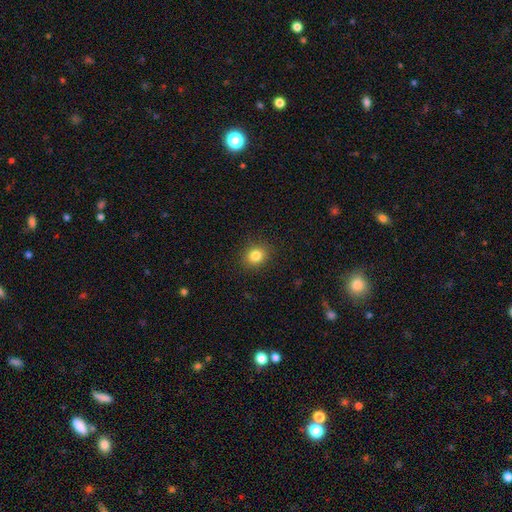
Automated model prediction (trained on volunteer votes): smooth_or_featured: smooth (p=0.83) [alt: star or artifact p=0.11]
how_rounded: round (p=0.70) [alt: in between p=0.29]
merging: none (p=0.89) [alt: minor disturbance p=0.08]